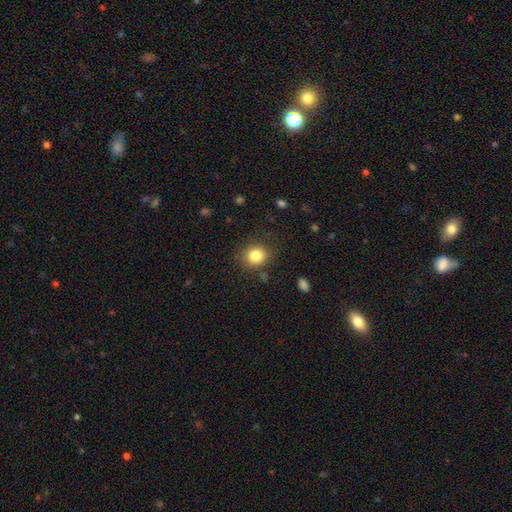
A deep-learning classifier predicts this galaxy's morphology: This is clearly a smooth galaxy (83%). How rounded: likely round (77%). Merging: clearly none (85%).